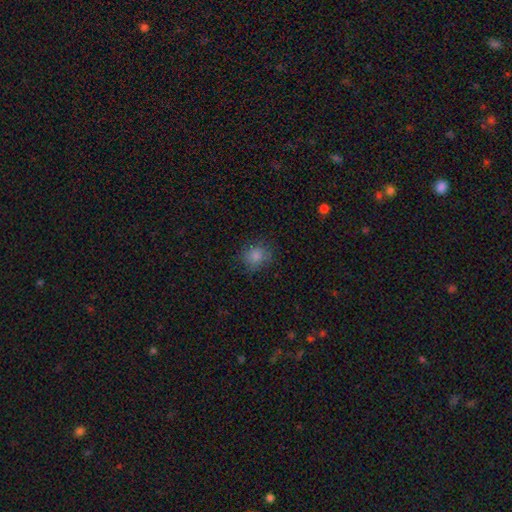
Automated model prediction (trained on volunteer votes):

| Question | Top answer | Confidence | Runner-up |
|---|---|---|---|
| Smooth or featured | smooth | 83% | star or artifact (11%) |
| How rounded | round | 78% | in between (21%) |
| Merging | none | 78% | minor disturbance (15%) |